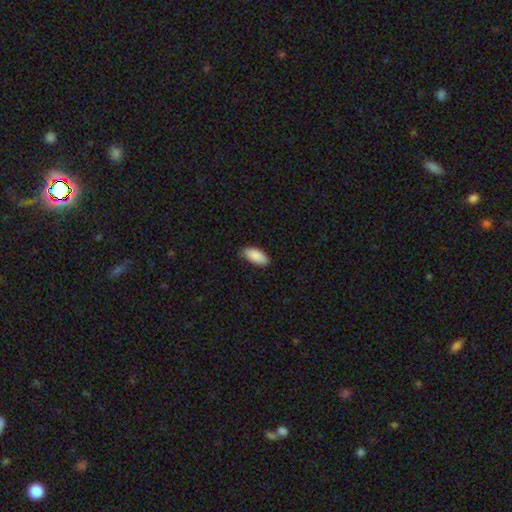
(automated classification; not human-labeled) smooth-or-featured: smooth: 89% | star or artifact: 6% | featured or disk: 5%
  how-rounded: in between: 91% | cigar-shaped: 7% | round: 2%
  merging: none: 83% | minor disturbance: 14% | major disturbance: 2% | merger: 1%